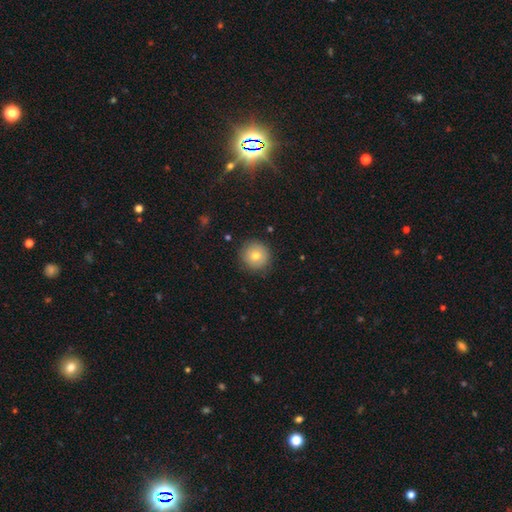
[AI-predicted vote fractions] This appears to be a smooth galaxy with no disk features (74%) that is round (95%). Merging: none (87%).